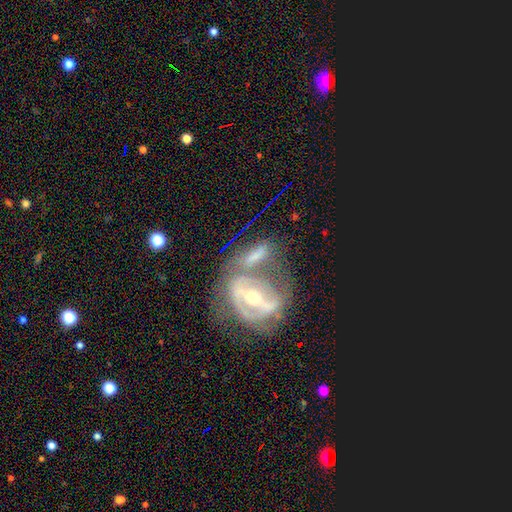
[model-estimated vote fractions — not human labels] Smooth or featured? Predicted: featured or disk (p=0.70). Edge-on disk? Predicted: no (p=0.86). Bar? Predicted: strong (p=0.55). Spiral arms? Predicted: yes (p=0.67). Bulge size? Predicted: moderate (p=0.57). Merging? Predicted: merger (p=0.44).